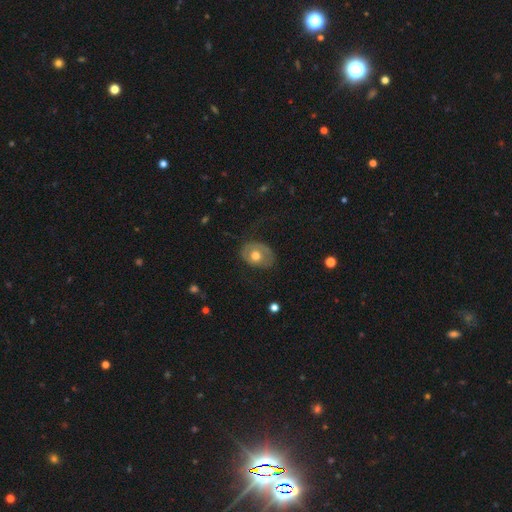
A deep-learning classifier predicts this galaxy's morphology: Smooth or featured? Predicted: smooth (p=0.49). Merging? Predicted: none (p=0.63).